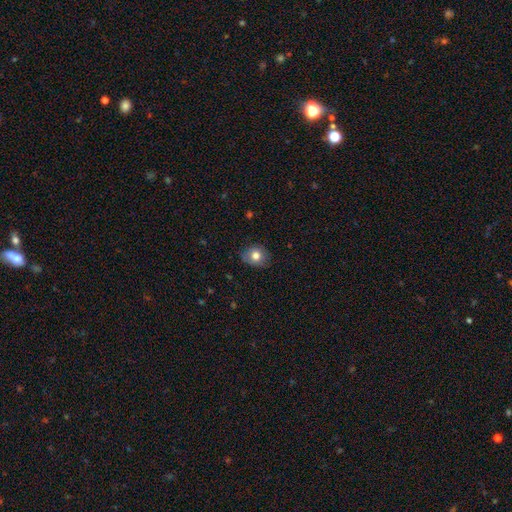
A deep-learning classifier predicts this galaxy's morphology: This is likely a smooth galaxy (79%). How rounded: likely round (63%). Merging: likely none (78%).